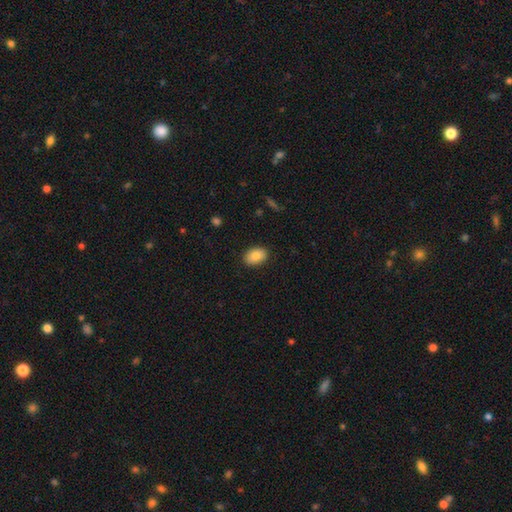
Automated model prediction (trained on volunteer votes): Smooth or featured: smooth — 83% (featured or disk — 9%)
How rounded: in between — 84% (round — 15%)
Merging: none — 88% (minor disturbance — 9%)